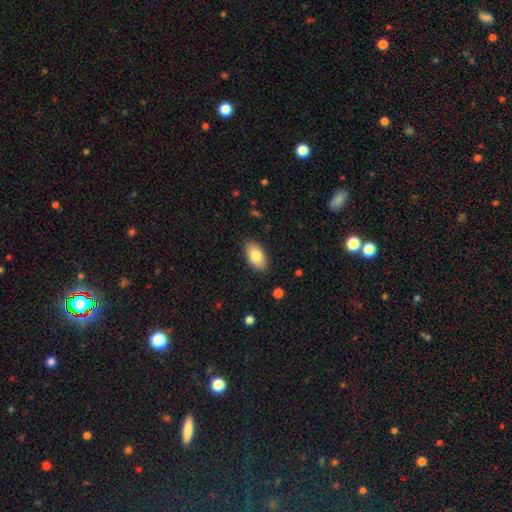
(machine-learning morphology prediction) Smooth or featured? Predicted: smooth (p=0.81). How rounded? Predicted: in between (p=0.94). Merging? Predicted: none (p=0.88).